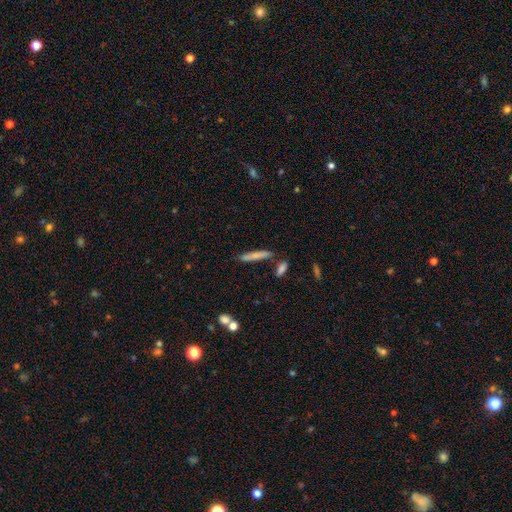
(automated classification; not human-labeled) This appears to be a smooth galaxy with no disk features (72%) that is cigar-shaped (92%). Merging: none (79%).